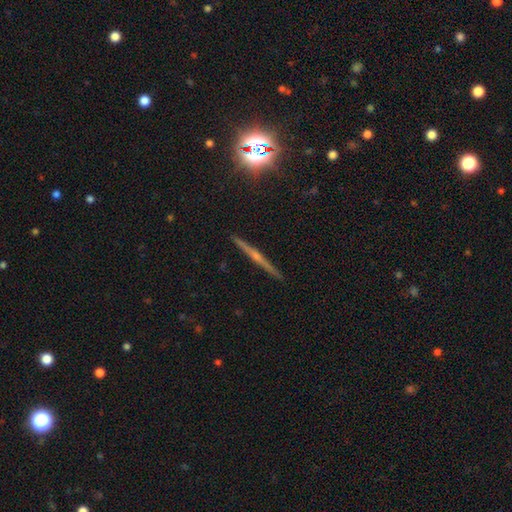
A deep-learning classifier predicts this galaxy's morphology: The model was most divided on "edge-on bulge": rounded: 71%, none: 21%, boxy: 8%. More confident: edge-on disk — yes (98%); merging — none (92%); smooth or featured — featured or disk (69%).